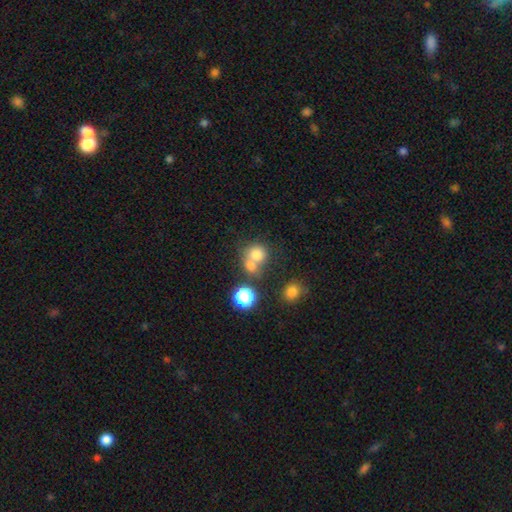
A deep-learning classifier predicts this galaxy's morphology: Overall: smooth (74%). How rounded: round (79%). Merging: merger (47%; none 41%).